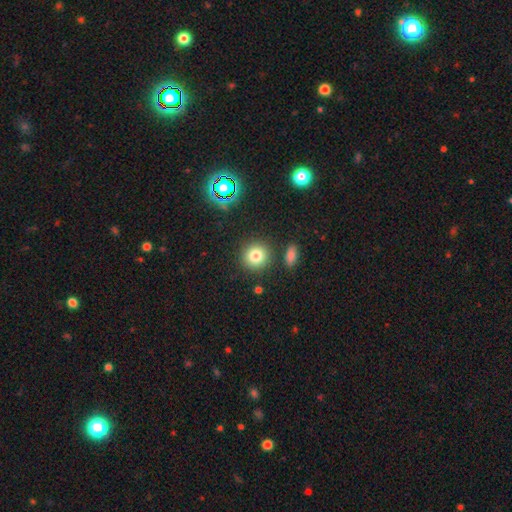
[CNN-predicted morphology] Smooth or featured?
  - smooth: 78% *
  - star or artifact: 14%
  - featured or disk: 8%
How rounded?
  - round: 91% *
  - in between: 8%
  - cigar-shaped: 1%
Merging?
  - none: 86% *
  - minor disturbance: 7%
  - merger: 5%
  - major disturbance: 3%